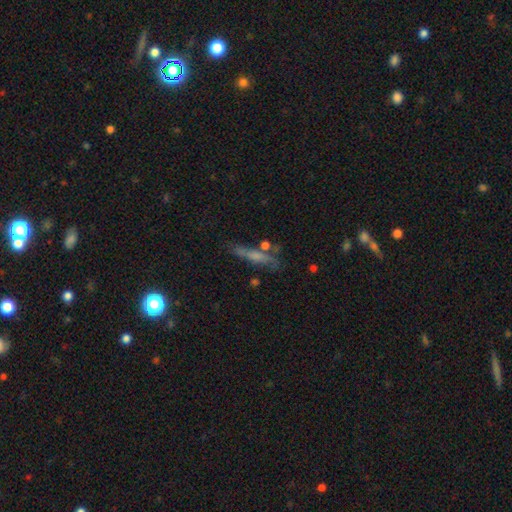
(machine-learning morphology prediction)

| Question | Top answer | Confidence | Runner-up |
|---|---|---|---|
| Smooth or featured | smooth | 46% | featured or disk (42%) |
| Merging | none | 65% | minor disturbance (18%) |